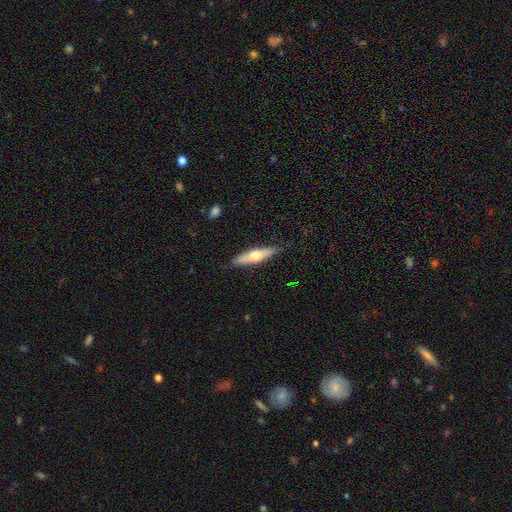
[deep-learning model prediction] Morphology: type=smooth (47%, tied with featured or disk); merging=none (84%).